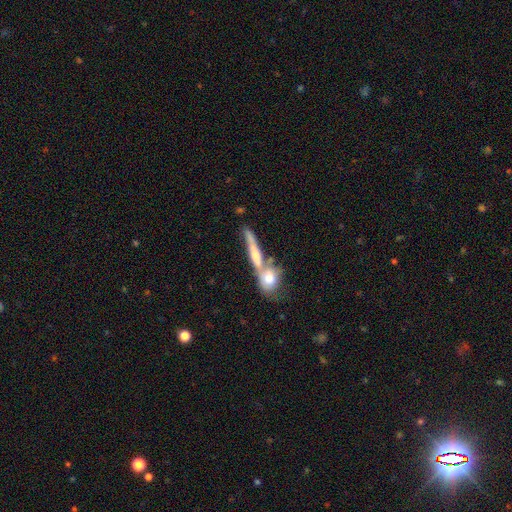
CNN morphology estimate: Smooth or featured? Predicted: star or artifact (p=0.52).